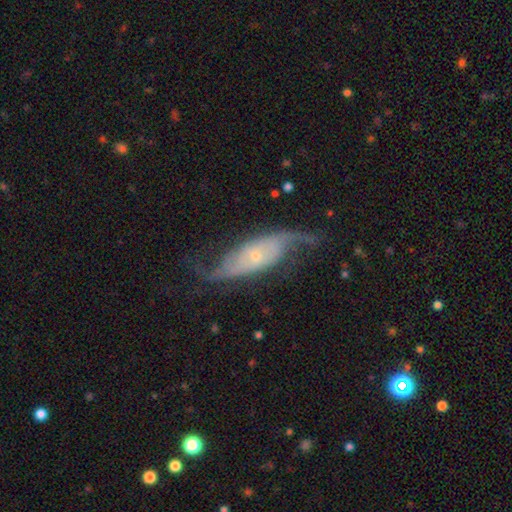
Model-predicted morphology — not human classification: Smooth or featured? featured or disk (83%)
Edge-on disk? no (88%)
Bar? no (69%)
Spiral arms? yes (95%)
Spiral winding? loose (53%)
Spiral arm count? 2 (85%)
Bulge size? small (75%)
Merging? none (66%)